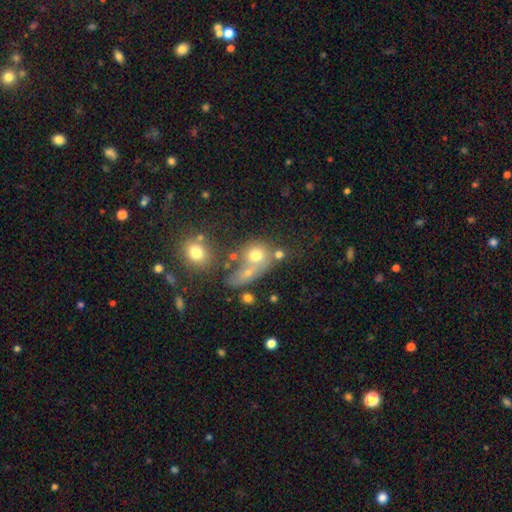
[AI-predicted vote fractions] Morphology: type=smooth (68%); roundness=round (73%); merging=merger (42%).